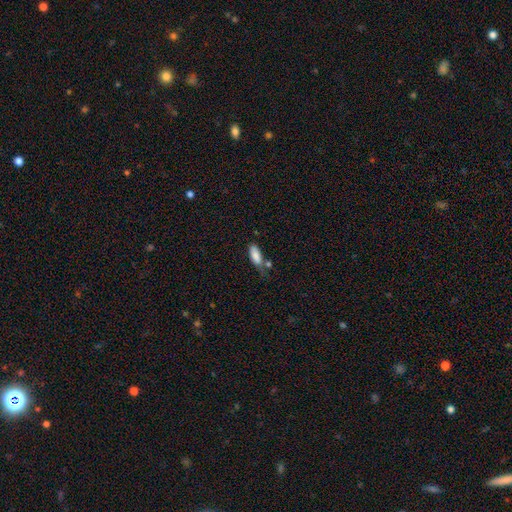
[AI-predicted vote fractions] smooth-or-featured: smooth: 84% | featured or disk: 9% | star or artifact: 7%
  how-rounded: in between: 75% | cigar-shaped: 22% | round: 2%
  merging: none: 45% | minor disturbance: 28% | merger: 17% | major disturbance: 10%